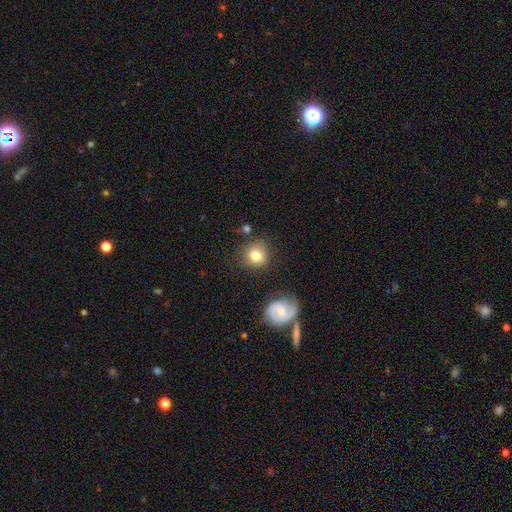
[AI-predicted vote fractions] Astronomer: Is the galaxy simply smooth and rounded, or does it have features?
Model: smooth — 77%.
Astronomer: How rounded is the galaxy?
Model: round — 87%.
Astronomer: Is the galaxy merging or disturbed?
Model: none — 79%.